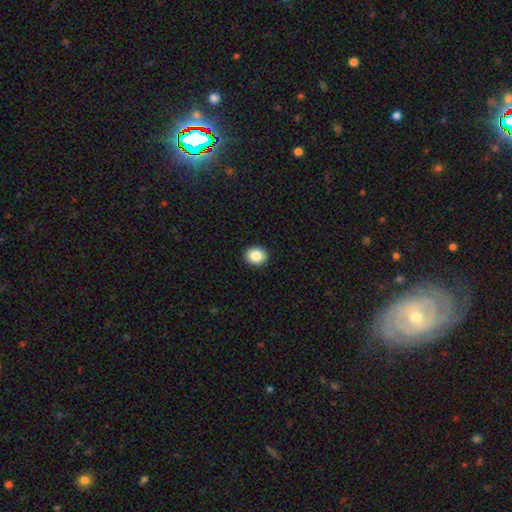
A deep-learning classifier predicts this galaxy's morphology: The model was most divided on "how rounded": round: 71%, in between: 28%, cigar-shaped: 1%. More confident: merging — none (92%); smooth or featured — smooth (86%).